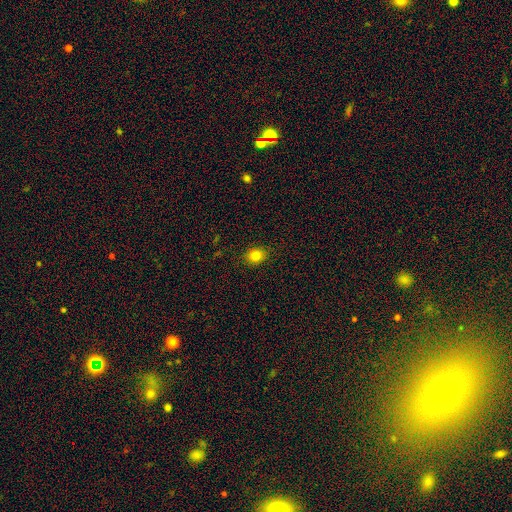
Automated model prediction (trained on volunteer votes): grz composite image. It shows a smooth galaxy with no disk features (82%) that is round (60%). Merging: none (88%).